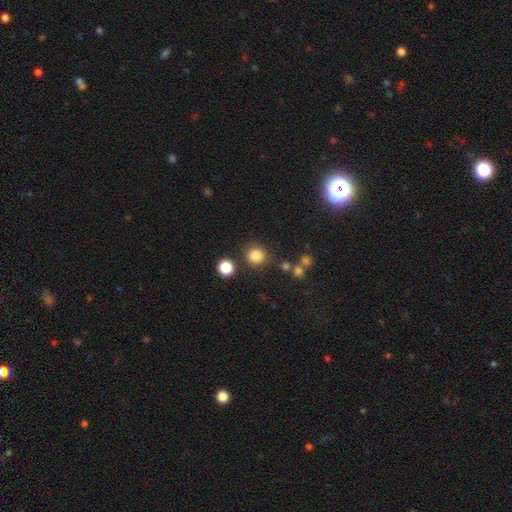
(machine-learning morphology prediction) Q: Smooth or featured?
A: smooth (84%); runner-up: star or artifact (12%)
Q: How rounded?
A: round (90%); runner-up: in between (9%)
Q: Merging?
A: none (82%); runner-up: minor disturbance (9%)